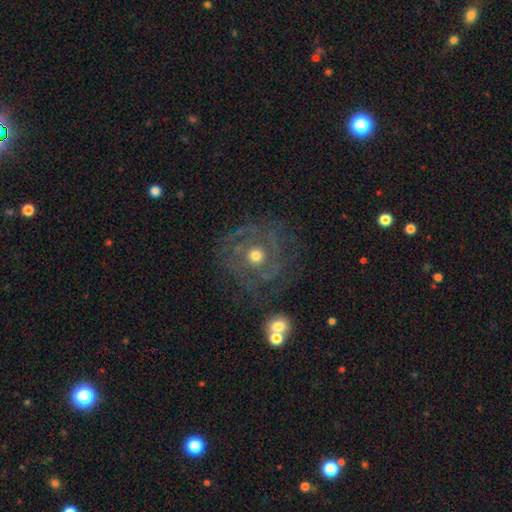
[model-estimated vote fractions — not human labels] This appears to be a featured or disk galaxy (65%) with no bar (87%), spiral arms (64%) and a moderate central bulge (63%). Merging: none (67%).